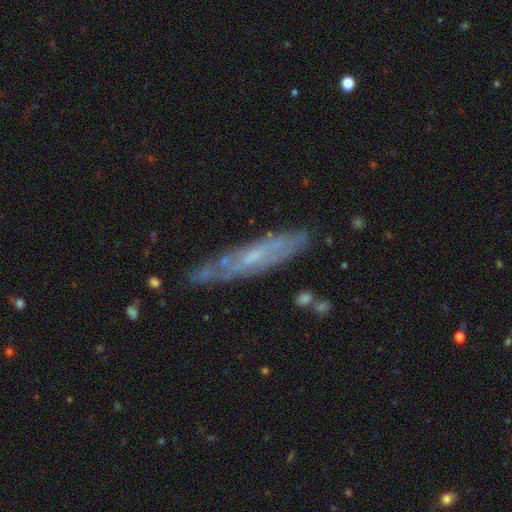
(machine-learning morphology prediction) This is likely a featured or disk galaxy (64%). It is possibly viewed edge-on (53%). Merging: likely none (73%).